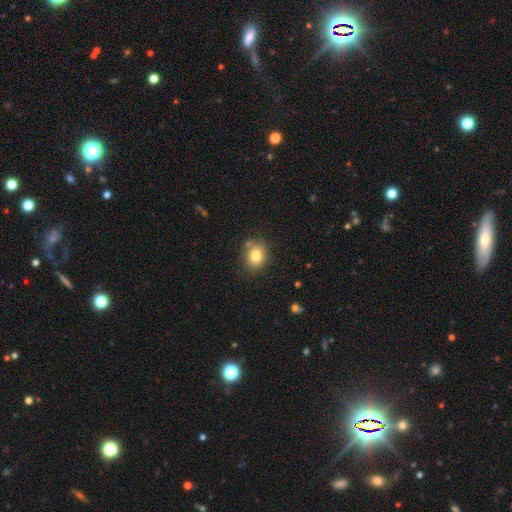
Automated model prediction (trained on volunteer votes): A smooth galaxy with no disk features (80%) that is round (62%).

Vote fractions:
- Smooth or featured? smooth: 80% / star or artifact: 11% / featured or disk: 9%
- How rounded? round: 62% / in between: 37% / cigar-shaped: 1%
- Merging? none: 79% / minor disturbance: 13% / merger: 5% / major disturbance: 3%